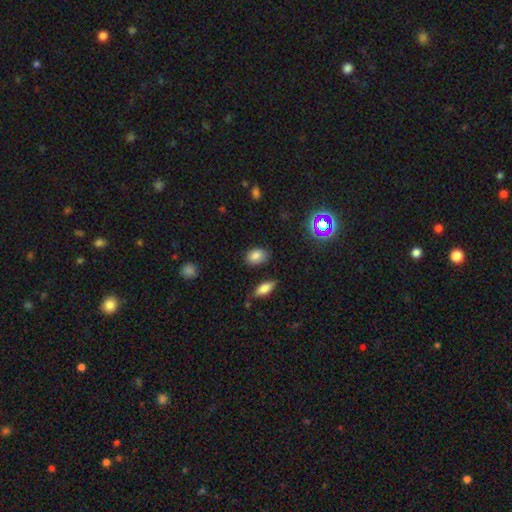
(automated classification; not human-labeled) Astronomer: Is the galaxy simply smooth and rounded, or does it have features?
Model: smooth — 82%.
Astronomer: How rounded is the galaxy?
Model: in between — 76%.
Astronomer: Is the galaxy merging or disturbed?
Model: none — 79%.